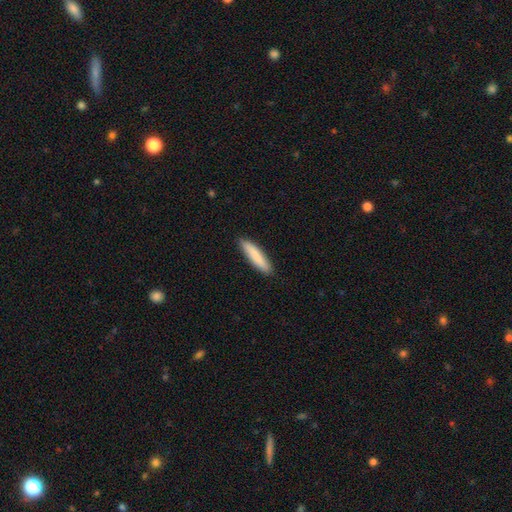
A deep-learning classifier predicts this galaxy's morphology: smooth_or_featured: smooth (p=0.85) [alt: featured or disk p=0.10]
how_rounded: cigar-shaped (p=0.83) [alt: in between p=0.16]
merging: none (p=0.89) [alt: minor disturbance p=0.09]